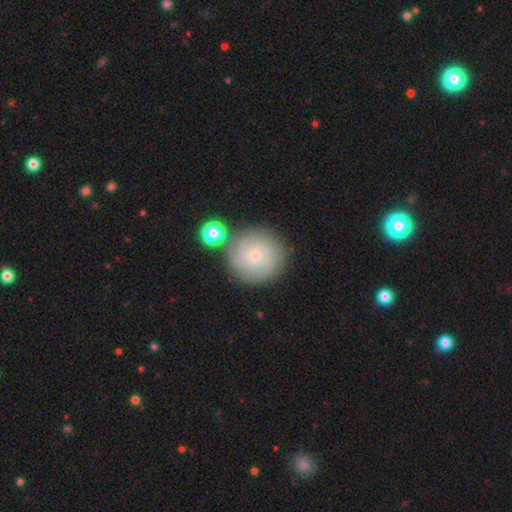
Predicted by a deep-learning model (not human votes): smooth-or-featured: featured or disk: 69% | smooth: 23% | star or artifact: 8%
  disk-edge-on: no: 98% | yes: 2%
    bar: no: 76% | weak: 21% | strong: 3%
    has-spiral-arms: yes: 94% | no: 6%
      spiral-winding: tight: 71% | medium: 24% | loose: 5%
      spiral-arm-count: 3: 32% | can't tell: 24% | 2: 18% | 4: 15% | more than 4: 5% | 1: 5%
    bulge-size: small: 72% | moderate: 24% | none: 2% | large: 1% | dominant: 1%
  merging: none: 76% | minor disturbance: 12% | merger: 8% | major disturbance: 4%